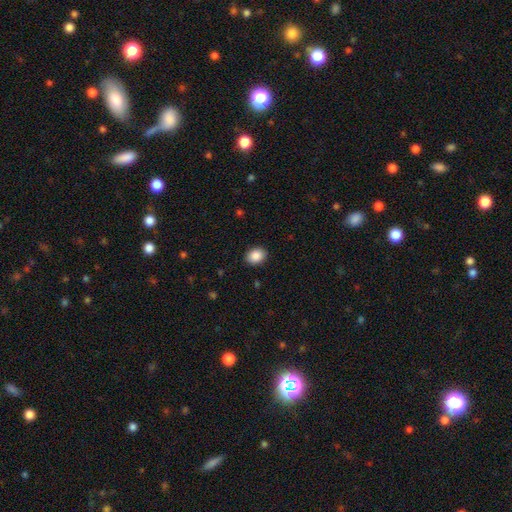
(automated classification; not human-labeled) smooth 89%, star or artifact 8%, featured or disk 3%. Down the decision tree: how rounded — in between (55%); merging — none (90%).